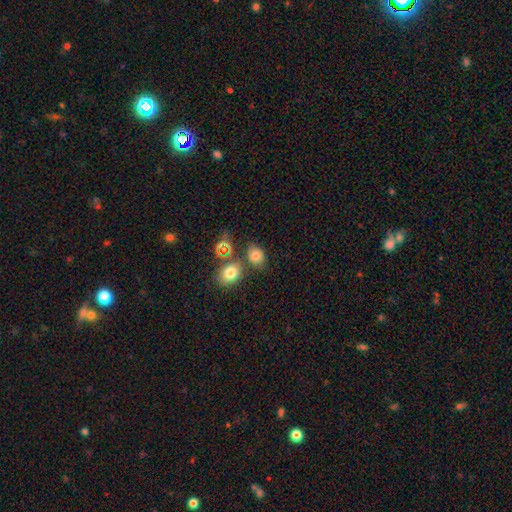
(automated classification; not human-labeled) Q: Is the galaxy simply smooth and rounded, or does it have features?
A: smooth — 77%.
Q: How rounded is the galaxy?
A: in between — 56%.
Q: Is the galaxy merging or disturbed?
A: none — 68%.